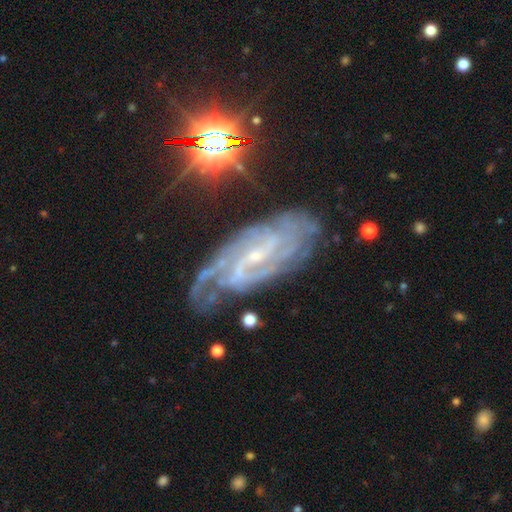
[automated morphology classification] The model was most divided on "spiral winding": tight: 49%, medium: 40%, loose: 11%. Remaining: spiral arms — yes (97%); edge-on disk — no (94%); smooth or featured — featured or disk (88%); bulge size — small (78%); merging — none (66%); bar — weak (45%); spiral arm count — 2 (44%).